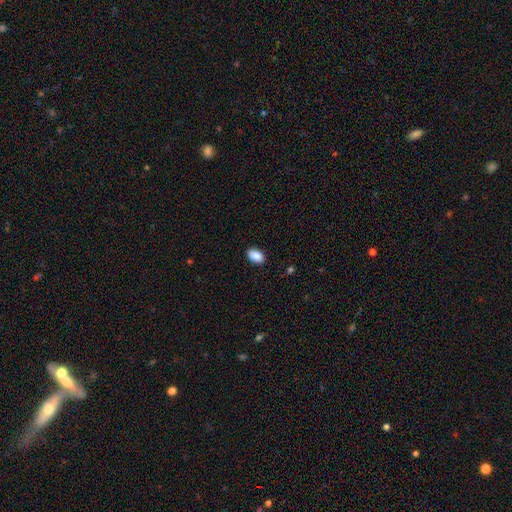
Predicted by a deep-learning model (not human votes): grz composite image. It shows a smooth galaxy with no disk features (90%) that is in between round and cigar-shaped (93%). Merging: none (89%).